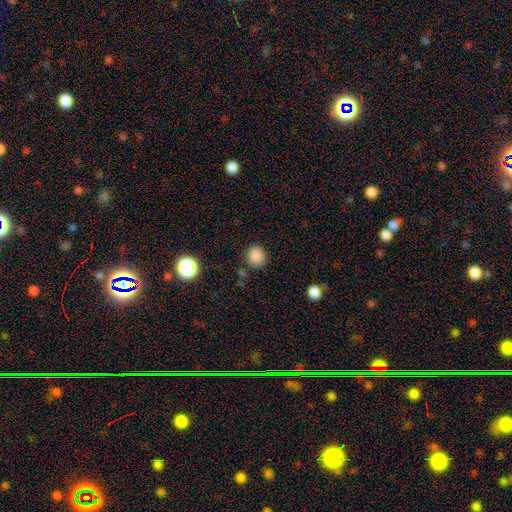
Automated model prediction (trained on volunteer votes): Q: Smooth or featured?
A: smooth (84%); runner-up: star or artifact (12%)
Q: How rounded?
A: round (81%); runner-up: in between (18%)
Q: Merging?
A: none (82%); runner-up: minor disturbance (12%)